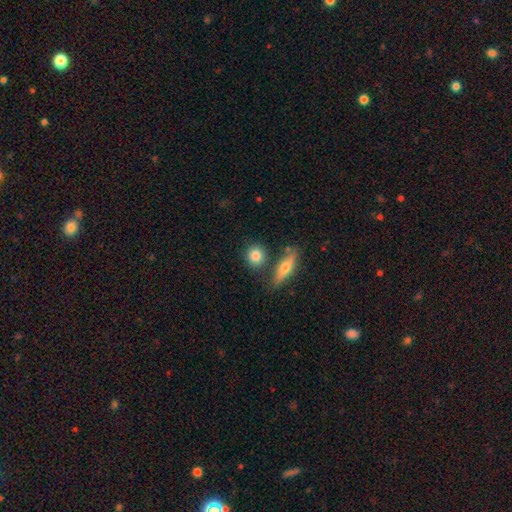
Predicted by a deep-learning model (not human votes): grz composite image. It shows a smooth galaxy with no disk features (81%) that is round (74%). Merging: none (74%).